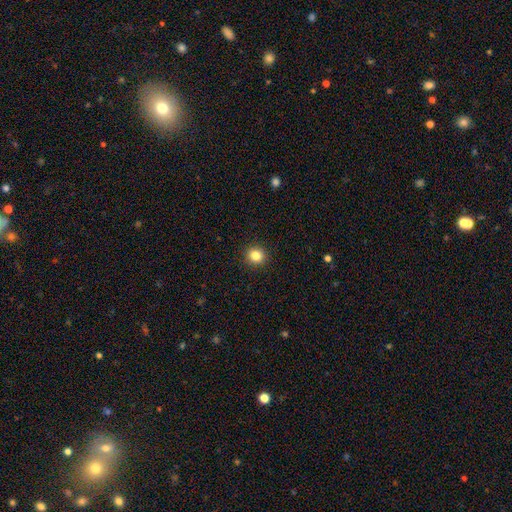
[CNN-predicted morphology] smooth-or-featured: smooth: 84% | star or artifact: 11% | featured or disk: 5%
  how-rounded: round: 87% | in between: 12% | cigar-shaped: 1%
  merging: none: 92% | minor disturbance: 5% | major disturbance: 2% | merger: 1%